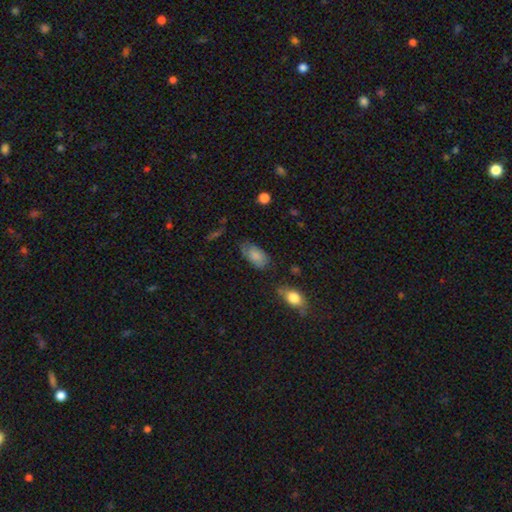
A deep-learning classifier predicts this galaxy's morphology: smooth_or_featured: smooth (p=0.77) [alt: featured or disk p=0.15]
how_rounded: in between (p=0.92) [alt: round p=0.05]
merging: none (p=0.55) [alt: minor disturbance p=0.31]